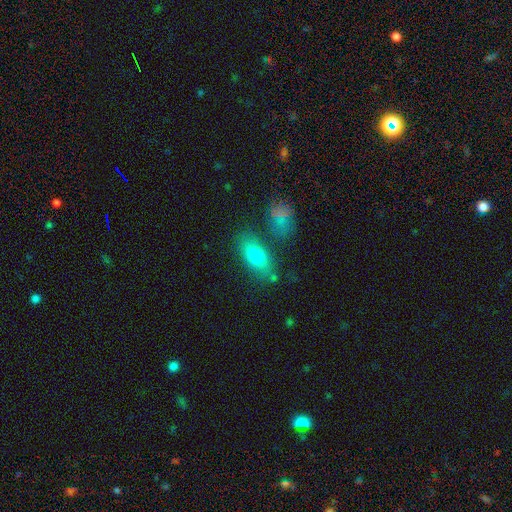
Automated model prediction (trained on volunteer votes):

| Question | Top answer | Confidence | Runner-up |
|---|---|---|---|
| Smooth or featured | smooth | 76% | featured or disk (15%) |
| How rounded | in between | 81% | cigar-shaped (12%) |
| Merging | none | 71% | minor disturbance (14%) |